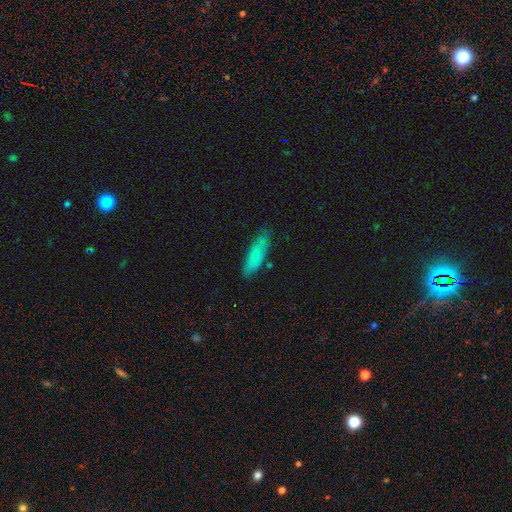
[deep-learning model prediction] The model was most divided on "how rounded": cigar-shaped: 50%, in between: 48%, round: 2%. More confident: merging — none (78%); smooth or featured — smooth (72%).